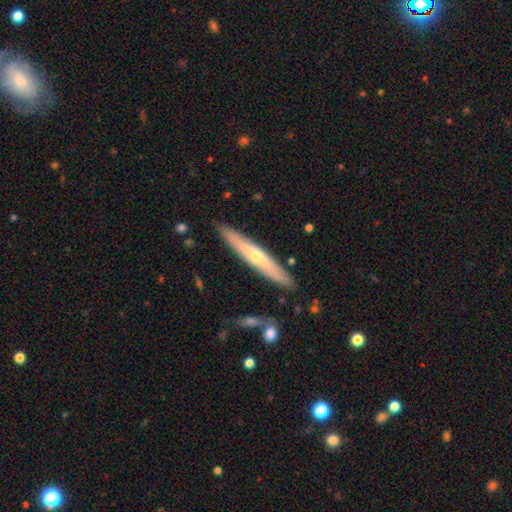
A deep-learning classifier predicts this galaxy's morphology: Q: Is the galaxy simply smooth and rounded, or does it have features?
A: featured or disk — 56%.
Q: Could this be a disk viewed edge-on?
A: yes — 89%.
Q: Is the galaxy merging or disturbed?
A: none — 88%.